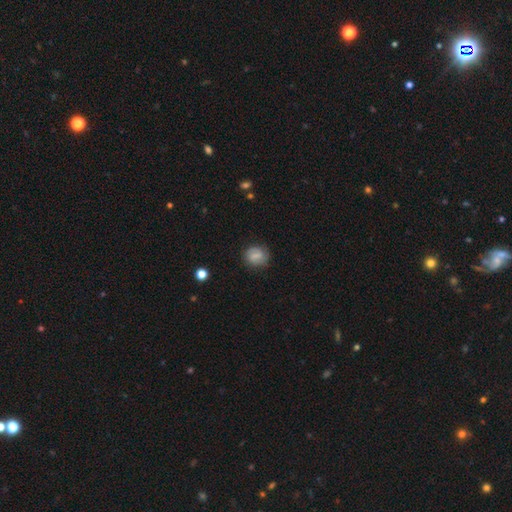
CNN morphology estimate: smooth-or-featured: smooth: 61% | featured or disk: 30% | star or artifact: 9%
  how-rounded: round: 69% | in between: 30% | cigar-shaped: 1%
  merging: none: 78% | minor disturbance: 15% | major disturbance: 5% | merger: 2%